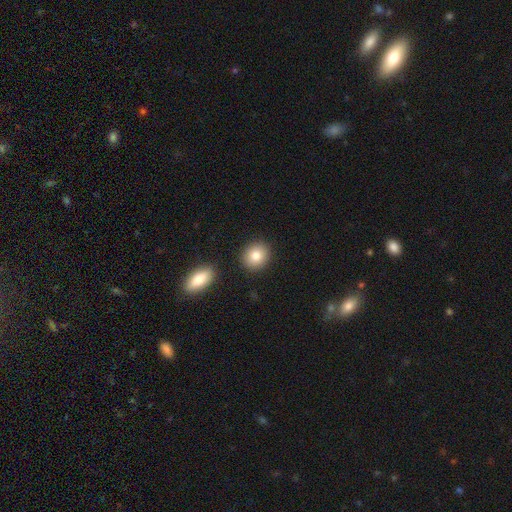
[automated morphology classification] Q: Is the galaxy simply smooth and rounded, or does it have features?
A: smooth — 83%.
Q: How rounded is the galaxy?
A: round — 76%.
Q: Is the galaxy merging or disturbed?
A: none — 87%.